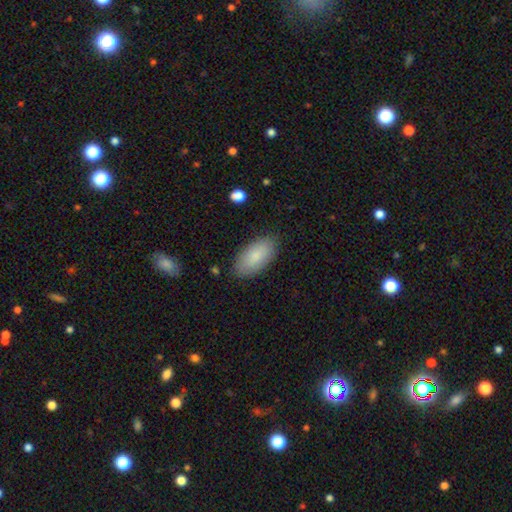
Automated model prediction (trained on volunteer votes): smooth_or_featured: smooth (p=0.85) [alt: featured or disk p=0.09]
how_rounded: in between (p=0.94) [alt: cigar-shaped p=0.04]
merging: none (p=0.84) [alt: minor disturbance p=0.12]